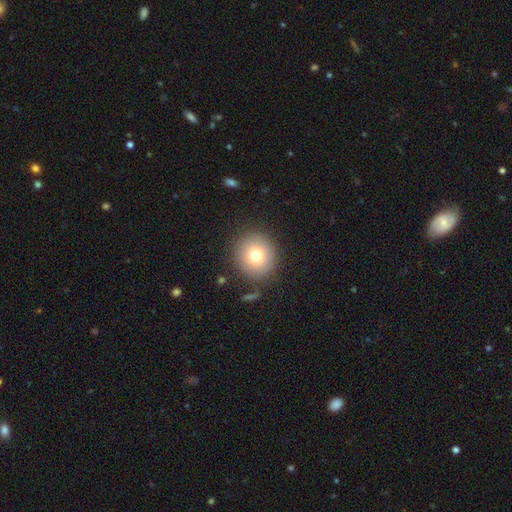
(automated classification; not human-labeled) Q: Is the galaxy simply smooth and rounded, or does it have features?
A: smooth — 76%.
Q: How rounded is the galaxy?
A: round — 90%.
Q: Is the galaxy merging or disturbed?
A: none — 86%.